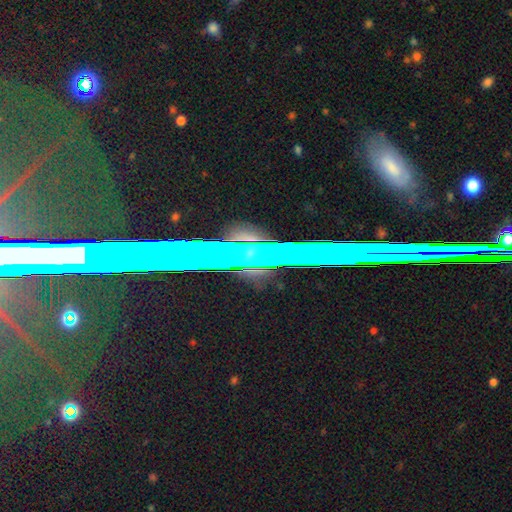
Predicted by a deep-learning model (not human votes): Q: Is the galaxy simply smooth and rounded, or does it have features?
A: featured or disk — 44%.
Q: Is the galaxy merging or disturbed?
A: none — 86%.